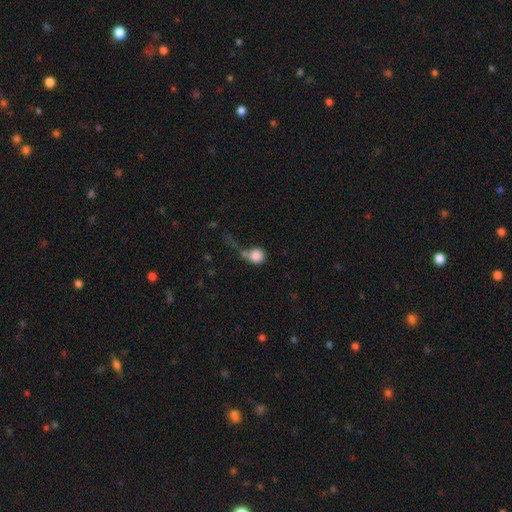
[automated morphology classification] Smooth or featured: smooth — 84% (star or artifact — 8%)
How rounded: round — 85% (in between — 13%)
Merging: none — 34% (major disturbance — 24%)